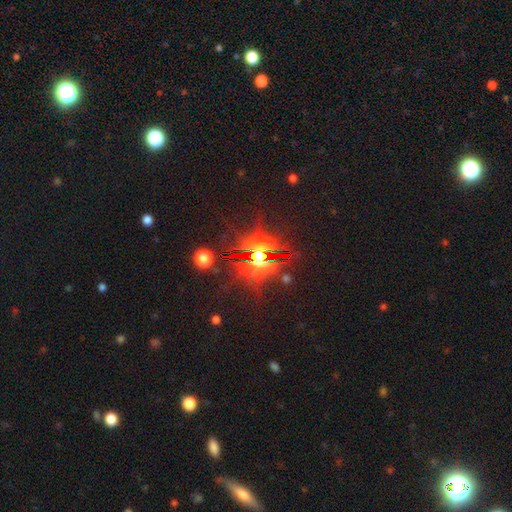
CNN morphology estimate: Overall: star or artifact (77%).